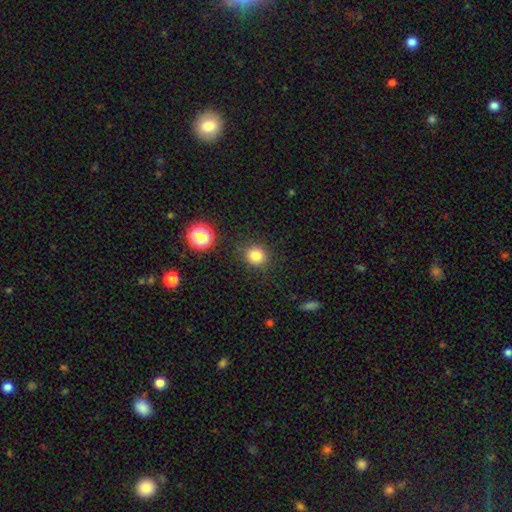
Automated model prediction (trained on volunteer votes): This appears to be a smooth galaxy with no disk features (80%) that is round (85%). Merging: none (84%).